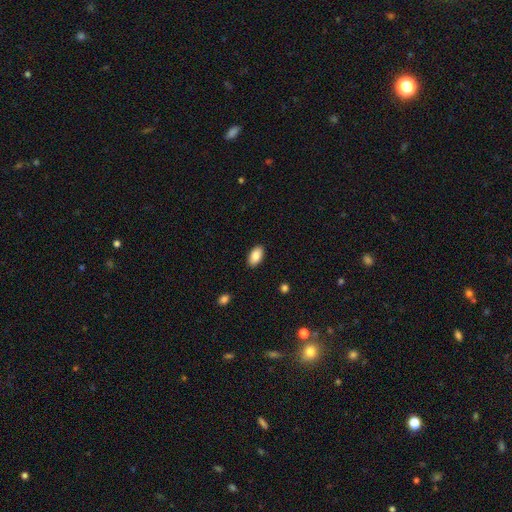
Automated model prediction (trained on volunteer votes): This is clearly a smooth galaxy (87%). How rounded: clearly in between (95%). Merging: clearly none (89%).